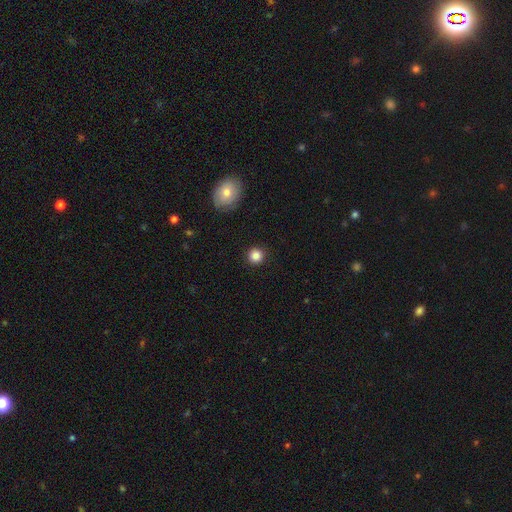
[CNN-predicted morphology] This appears to be a smooth galaxy with no disk features (85%) that is round (93%). Merging: none (91%).